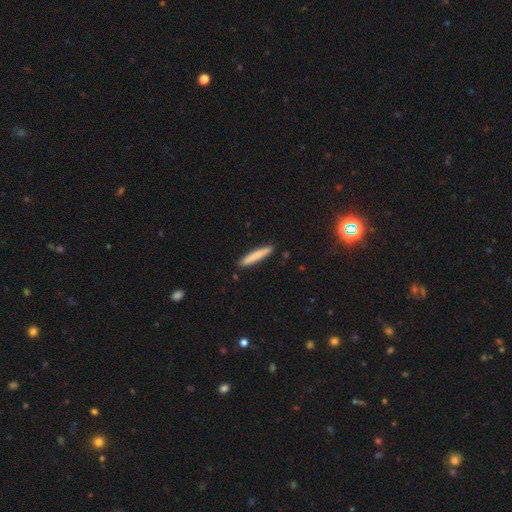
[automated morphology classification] Smooth or featured? Predicted: smooth (p=0.80). How rounded? Predicted: cigar-shaped (p=0.94). Merging? Predicted: none (p=0.90).